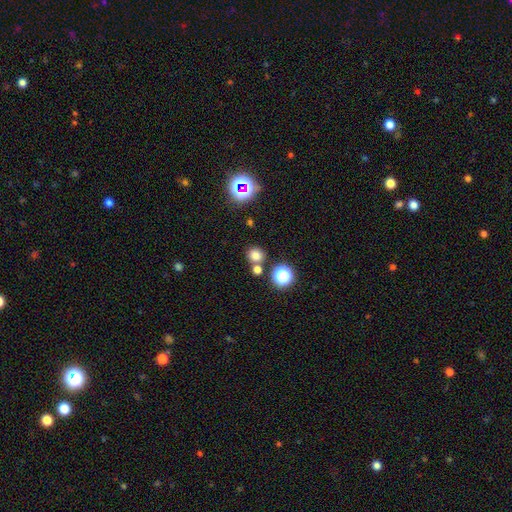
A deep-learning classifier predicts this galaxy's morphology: This appears to be a smooth galaxy with no disk features (75%) that is round (85%). Merging: none (71%).